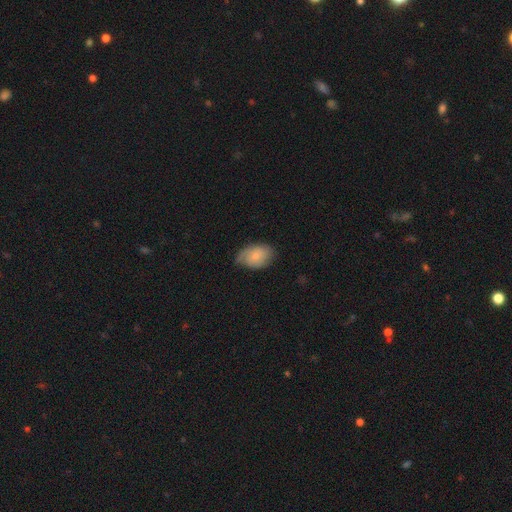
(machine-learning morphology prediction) Smooth or featured?
  - smooth: 62% *
  - featured or disk: 32%
  - star or artifact: 6%
How rounded?
  - in between: 83% *
  - round: 16%
  - cigar-shaped: 1%
Merging?
  - none: 58% *
  - minor disturbance: 32%
  - major disturbance: 9%
  - merger: 1%